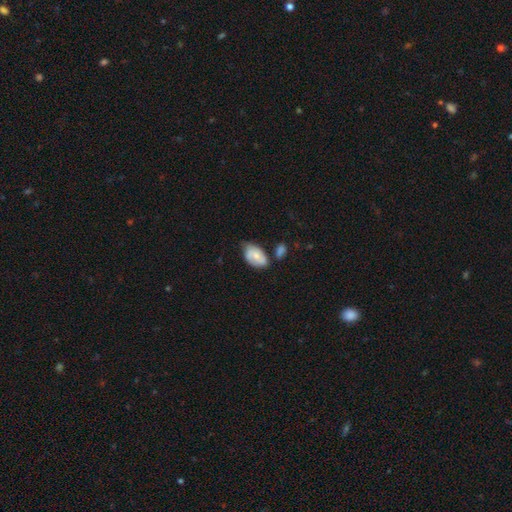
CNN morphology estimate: A smooth galaxy with no disk features (62%) that is in between round and cigar-shaped (92%). Merging: none (45%).